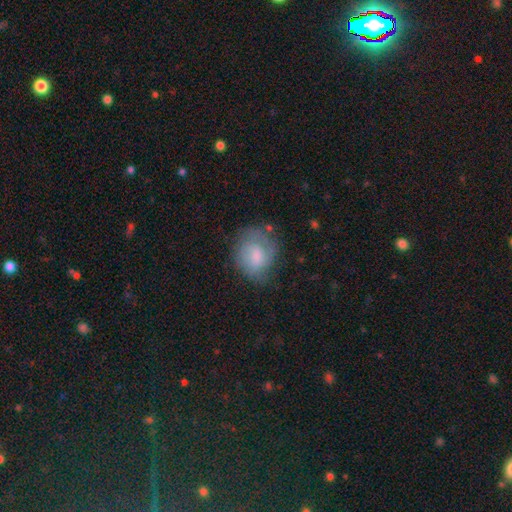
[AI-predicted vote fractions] smooth-or-featured: smooth: 58% | featured or disk: 34% | star or artifact: 8%
  how-rounded: round: 61% | in between: 38% | cigar-shaped: 1%
  merging: none: 54% | minor disturbance: 28% | major disturbance: 15% | merger: 2%